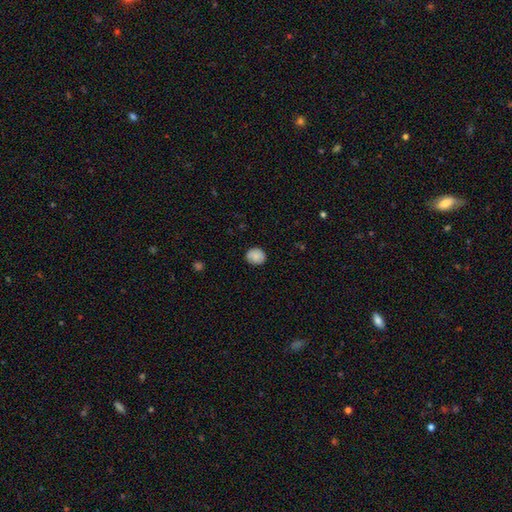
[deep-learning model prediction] A smooth galaxy with no disk features (83%) that is round (73%). Merging: none (83%).